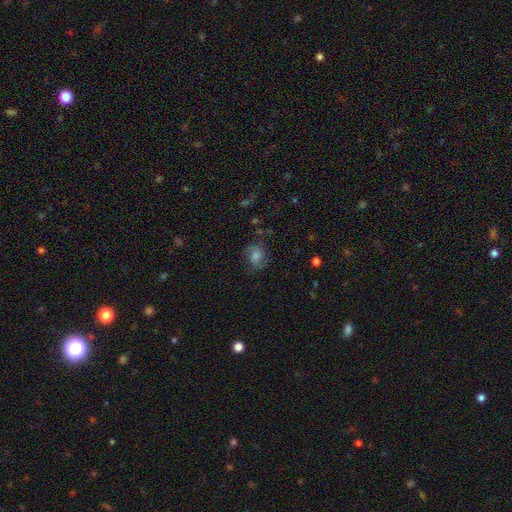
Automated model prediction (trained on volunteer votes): Morphology: type=smooth (57%); roundness=round (67%); merging=none (73%).